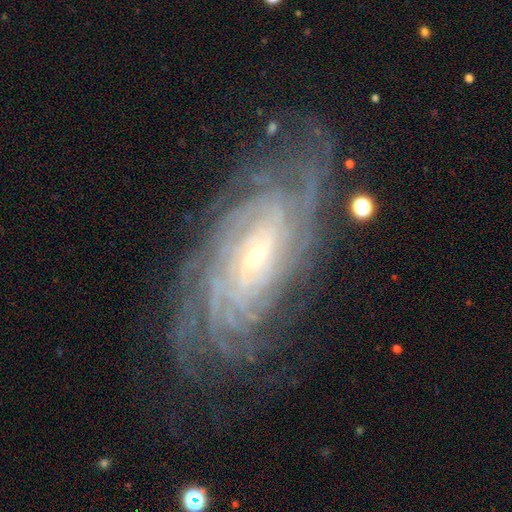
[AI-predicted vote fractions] smooth-or-featured: featured or disk: 90% | star or artifact: 6% | smooth: 5%
  disk-edge-on: no: 94% | yes: 6%
    bar: no: 51% | weak: 33% | strong: 16%
    has-spiral-arms: yes: 98% | no: 2%
      spiral-winding: tight: 81% | medium: 16% | loose: 3%
      spiral-arm-count: more than 4: 34% | can't tell: 23% | 4: 21% | 3: 9% | 2: 7% | 1: 6%
    bulge-size: small: 79% | moderate: 17% | large: 2% | none: 1% | dominant: 1%
  merging: none: 78% | minor disturbance: 15% | major disturbance: 6% | merger: 1%